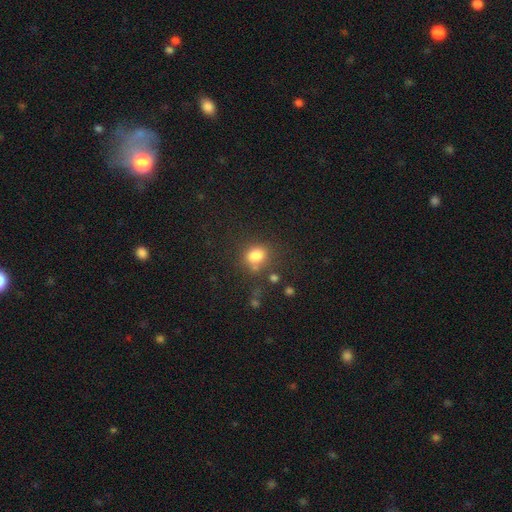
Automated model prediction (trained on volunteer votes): A smooth galaxy with no disk features (80%) that is round (68%). Merging: none (67%).